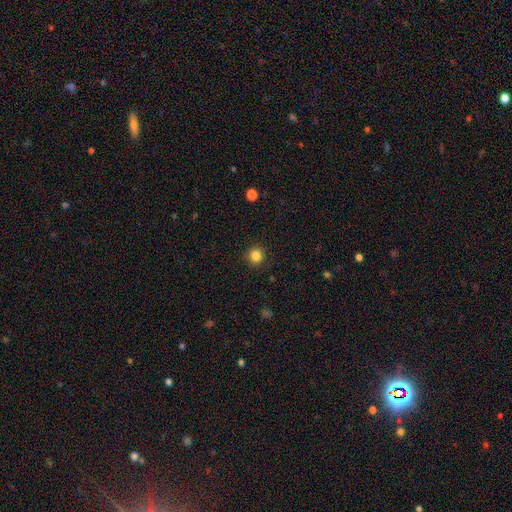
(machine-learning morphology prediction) Smooth or featured?
  - smooth: 84% *
  - star or artifact: 12%
  - featured or disk: 4%
How rounded?
  - round: 94% *
  - in between: 5%
  - cigar-shaped: 1%
Merging?
  - none: 91% *
  - minor disturbance: 6%
  - major disturbance: 2%
  - merger: 1%